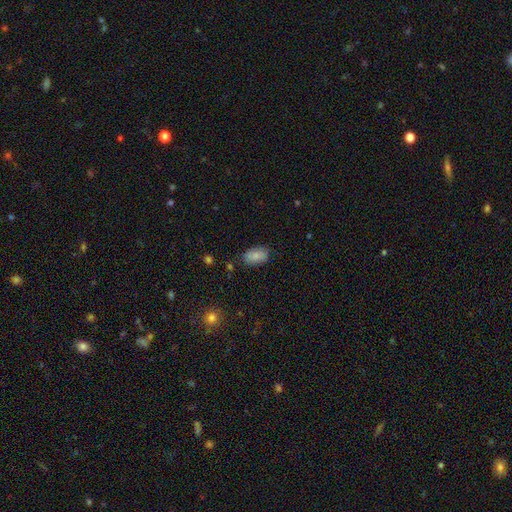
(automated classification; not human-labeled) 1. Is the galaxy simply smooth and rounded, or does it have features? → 82% smooth, 10% featured or disk, 8% star or artifact.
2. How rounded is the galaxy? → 92% in between, 6% round, 2% cigar-shaped.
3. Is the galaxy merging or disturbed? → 81% none, 15% minor disturbance, 3% major disturbance, 2% merger.